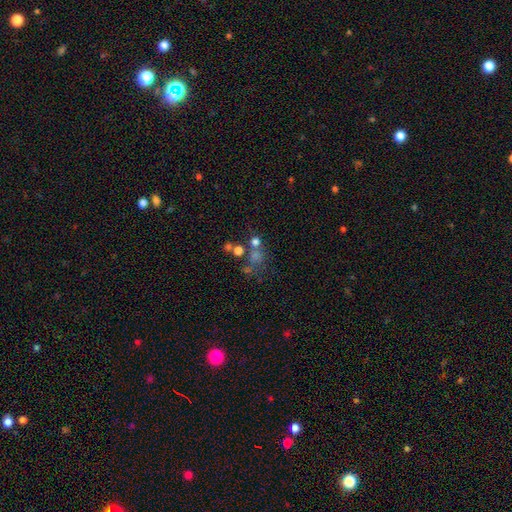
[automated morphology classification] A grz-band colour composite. It shows a smooth galaxy with no disk features (42%). Merging: none (51%).